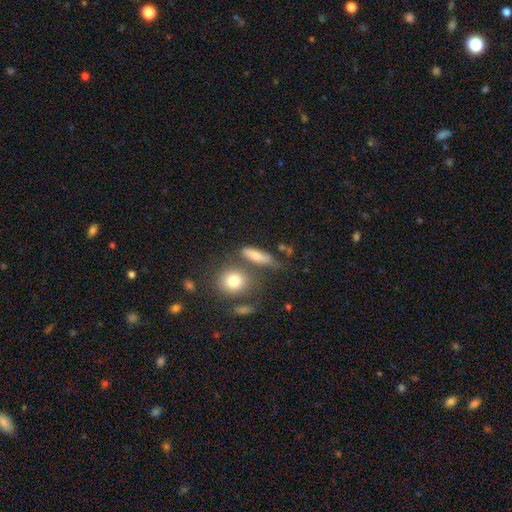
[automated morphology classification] smooth_or_featured: smooth (p=0.72) [alt: featured or disk p=0.18]
how_rounded: cigar-shaped (p=0.45) [alt: in between p=0.40]
merging: none (p=0.59) [alt: minor disturbance p=0.18]